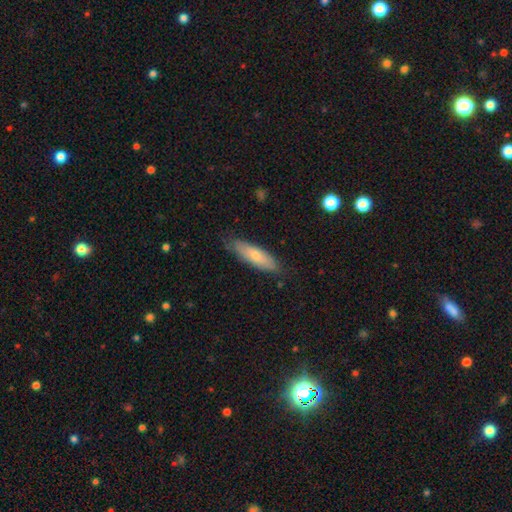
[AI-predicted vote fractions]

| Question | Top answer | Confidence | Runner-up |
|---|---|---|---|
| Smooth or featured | smooth | 69% | featured or disk (25%) |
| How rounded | cigar-shaped | 52% | in between (47%) |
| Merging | none | 74% | minor disturbance (21%) |